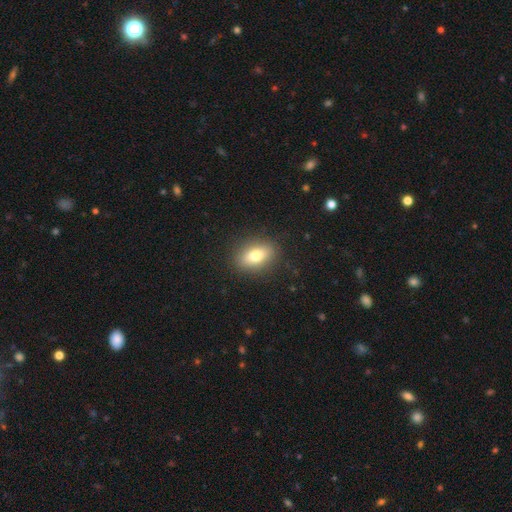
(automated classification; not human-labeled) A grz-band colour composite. It shows a smooth galaxy with no disk features (75%) that is in between round and cigar-shaped (78%). Merging: none (87%).